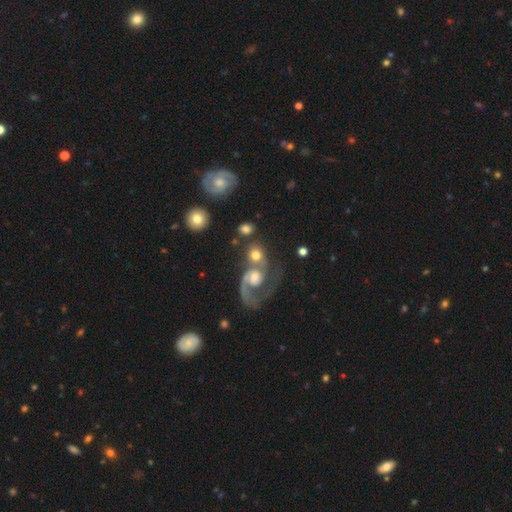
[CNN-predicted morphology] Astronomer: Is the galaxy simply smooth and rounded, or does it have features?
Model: featured or disk — 52% (runner-up: smooth, 39%).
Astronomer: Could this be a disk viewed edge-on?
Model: no — 96%.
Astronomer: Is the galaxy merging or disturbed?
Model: merger — 51%.